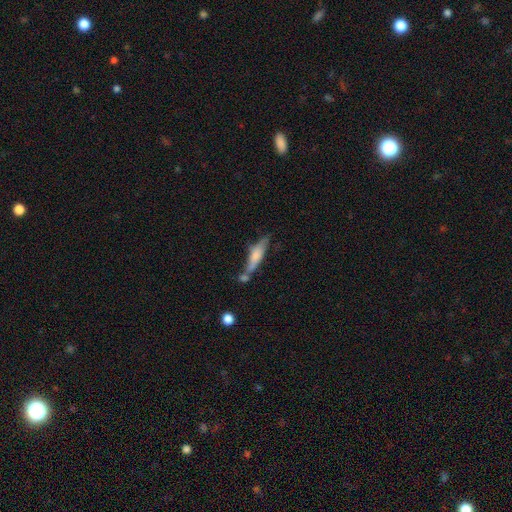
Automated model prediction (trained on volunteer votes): Smooth or featured?
  - smooth: 61% *
  - featured or disk: 33%
  - star or artifact: 7%
How rounded?
  - cigar-shaped: 69% *
  - in between: 28%
  - round: 2%
Merging?
  - none: 43% *
  - merger: 25%
  - minor disturbance: 22%
  - major disturbance: 10%